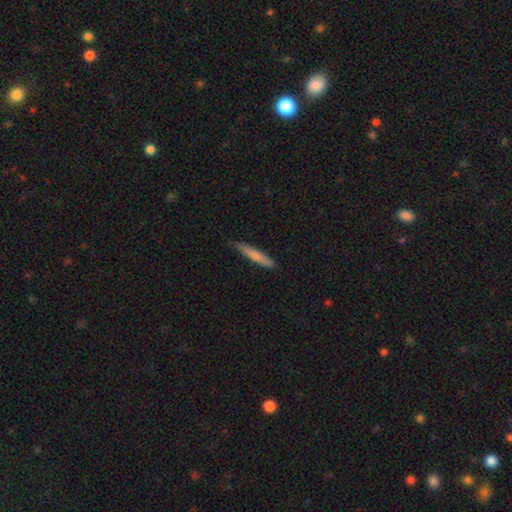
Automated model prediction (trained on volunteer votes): A smooth galaxy with no disk features (72%) that is cigar-shaped (93%).

Vote fractions:
- Smooth or featured? smooth: 72% / featured or disk: 23% / star or artifact: 5%
- How rounded? cigar-shaped: 93% / in between: 6% / round: 1%
- Merging? none: 85% / minor disturbance: 12% / major disturbance: 2% / merger: 1%